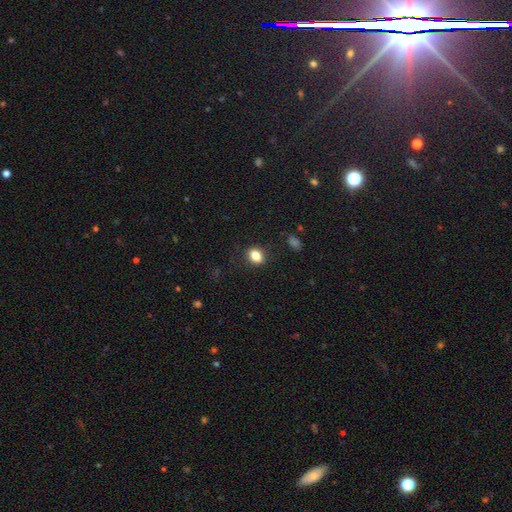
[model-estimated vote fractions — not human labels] Smooth or featured? smooth (83%)
How rounded? in between (62%)
Merging? none (86%)